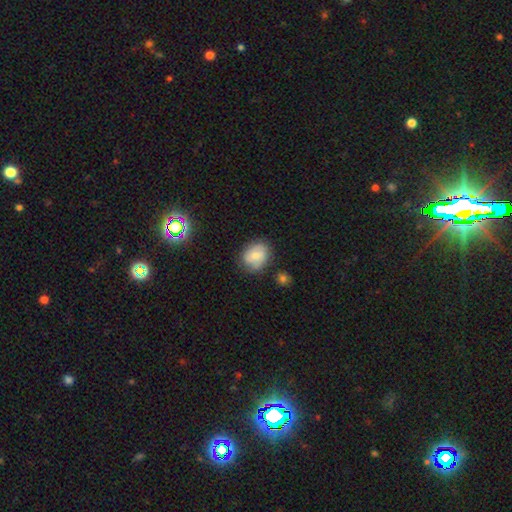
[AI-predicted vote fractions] A smooth galaxy with no disk features (63%) that is round (53%).

Vote fractions:
- Smooth or featured? smooth: 63% / featured or disk: 29% / star or artifact: 9%
- How rounded? round: 53% / in between: 46% / cigar-shaped: 1%
- Merging? none: 74% / minor disturbance: 18% / major disturbance: 5% / merger: 3%